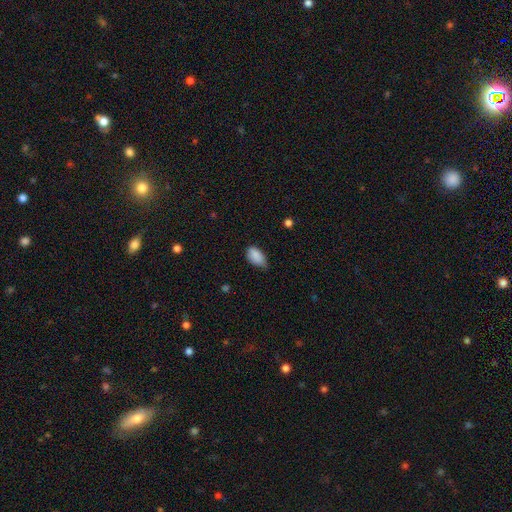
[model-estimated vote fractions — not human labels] Smooth or featured?
  - smooth: 88% *
  - star or artifact: 8%
  - featured or disk: 4%
How rounded?
  - in between: 93% *
  - round: 4%
  - cigar-shaped: 2%
Merging?
  - none: 56% *
  - minor disturbance: 38%
  - major disturbance: 5%
  - merger: 1%